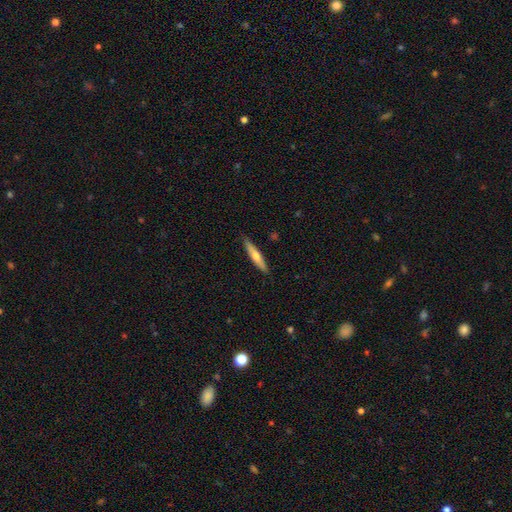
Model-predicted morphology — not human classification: smooth 52%, featured or disk 42%, star or artifact 6%. Down the decision tree: how rounded — cigar-shaped (88%); merging — none (88%).